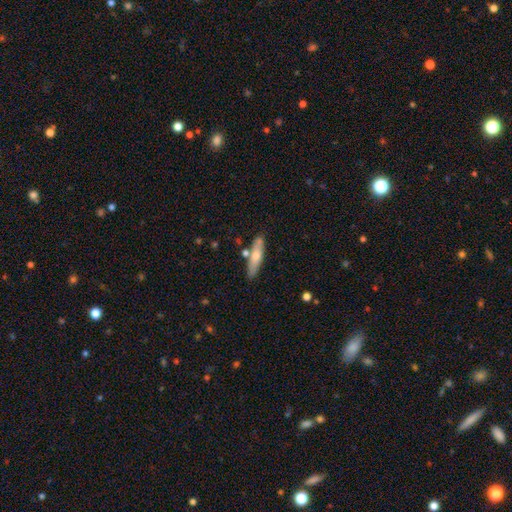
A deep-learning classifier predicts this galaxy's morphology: This appears to be a smooth galaxy with no disk features (63%) that is cigar-shaped (75%). Merging: none (76%).